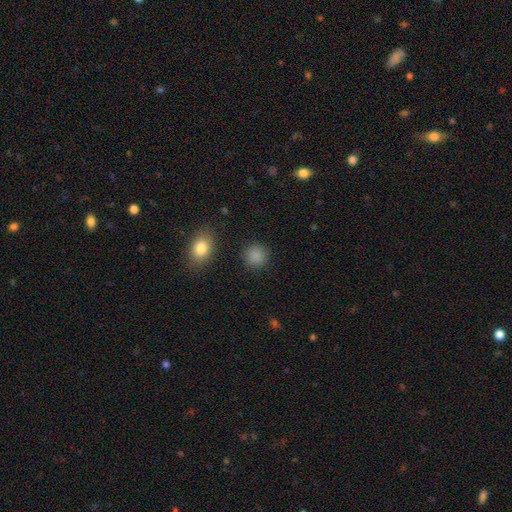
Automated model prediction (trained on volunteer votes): Smooth or featured? Predicted: smooth (p=0.86). How rounded? Predicted: round (p=0.91). Merging? Predicted: none (p=0.89).